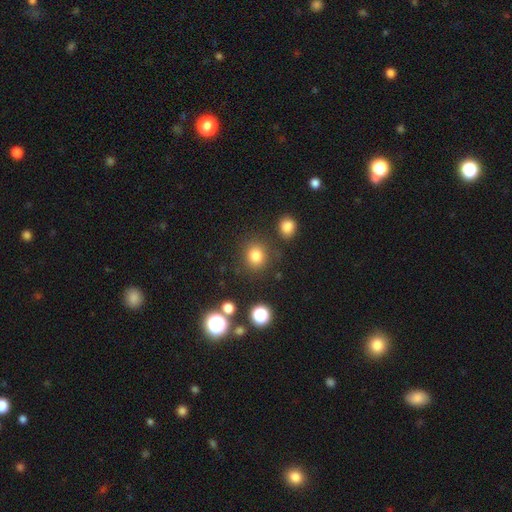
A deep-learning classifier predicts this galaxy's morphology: Overall: smooth (81%). How rounded: round (79%). Merging: none (81%).